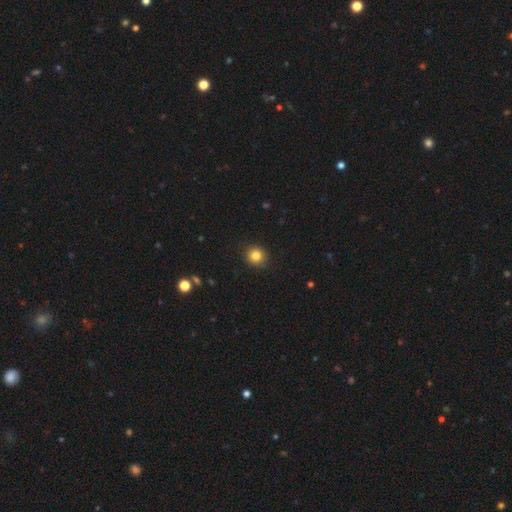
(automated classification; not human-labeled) Smooth or featured?
  - smooth: 83% *
  - star or artifact: 11%
  - featured or disk: 6%
How rounded?
  - round: 92% *
  - in between: 7%
  - cigar-shaped: 1%
Merging?
  - none: 91% *
  - minor disturbance: 6%
  - major disturbance: 2%
  - merger: 1%